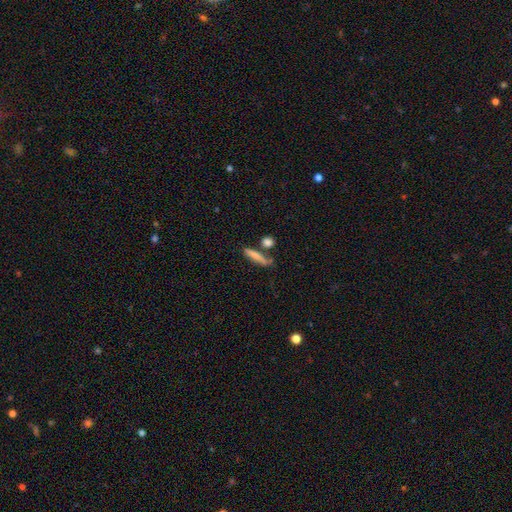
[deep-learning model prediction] This is likely a smooth galaxy (76%). How rounded: likely cigar-shaped (80%). Merging: likely none (67%).